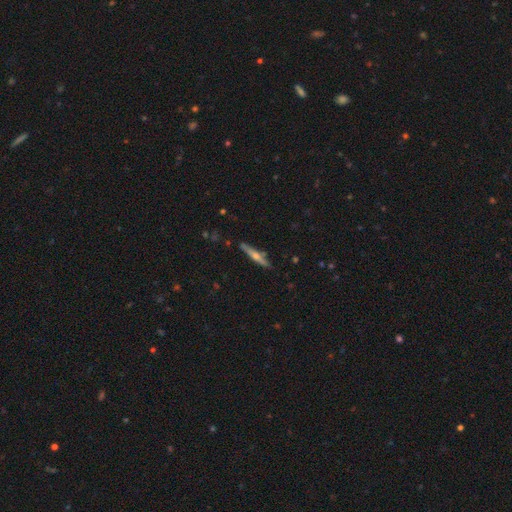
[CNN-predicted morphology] Smooth or featured: featured or disk — 63% (smooth — 31%)
Edge-on disk: yes — 96% (no — 4%)
Edge-on bulge: rounded — 84% (none — 11%)
Merging: none — 86% (minor disturbance — 10%)